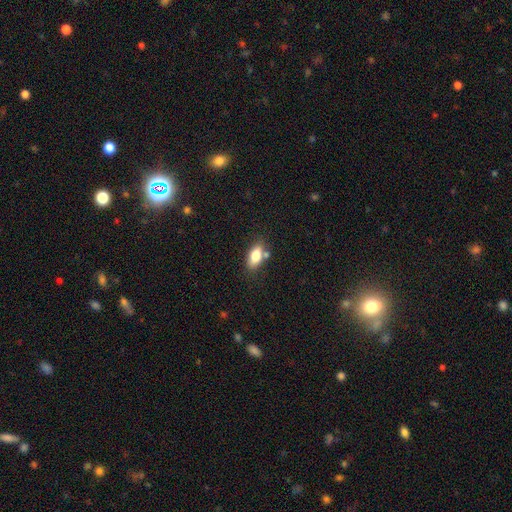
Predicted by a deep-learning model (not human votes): A smooth galaxy with no disk features (78%) that is in between round and cigar-shaped (85%).

Vote fractions:
- Smooth or featured? smooth: 78% / featured or disk: 14% / star or artifact: 8%
- How rounded? in between: 85% / cigar-shaped: 9% / round: 6%
- Merging? none: 69% / minor disturbance: 15% / merger: 12% / major disturbance: 4%